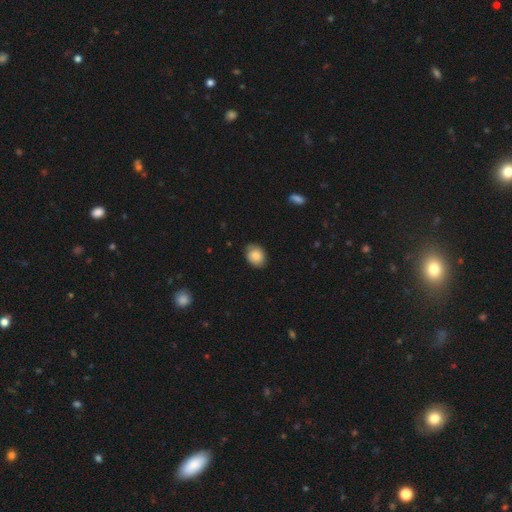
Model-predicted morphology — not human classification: Q: Smooth or featured?
A: smooth (84%); runner-up: featured or disk (9%)
Q: How rounded?
A: in between (60%); runner-up: round (39%)
Q: Merging?
A: none (79%); runner-up: minor disturbance (17%)